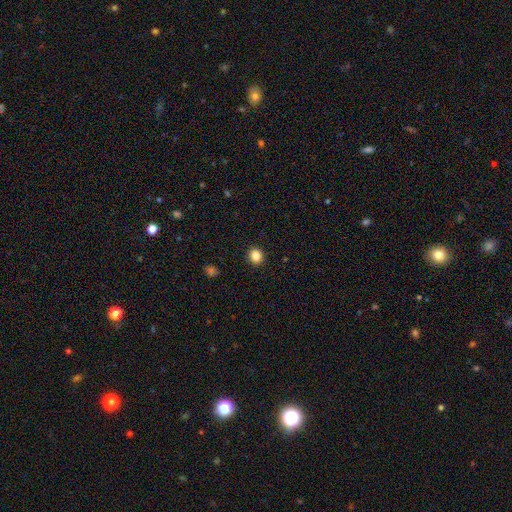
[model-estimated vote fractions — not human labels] smooth-or-featured: smooth: 85% | star or artifact: 11% | featured or disk: 4%
  how-rounded: round: 80% | in between: 20% | cigar-shaped: 1%
  merging: none: 92% | minor disturbance: 5% | major disturbance: 2% | merger: 1%